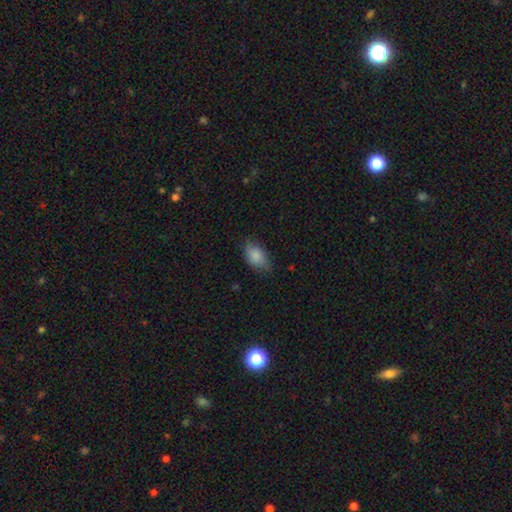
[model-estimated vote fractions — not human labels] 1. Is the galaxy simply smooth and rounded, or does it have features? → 85% smooth, 8% featured or disk, 7% star or artifact.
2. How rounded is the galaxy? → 87% in between, 11% round, 2% cigar-shaped.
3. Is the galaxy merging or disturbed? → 66% none, 27% minor disturbance, 6% major disturbance, 1% merger.